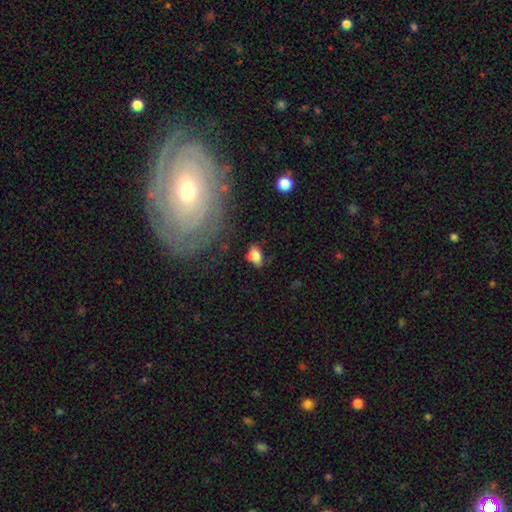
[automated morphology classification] Smooth or featured? smooth (72%)
How rounded? in between (84%)
Merging? none (51%)